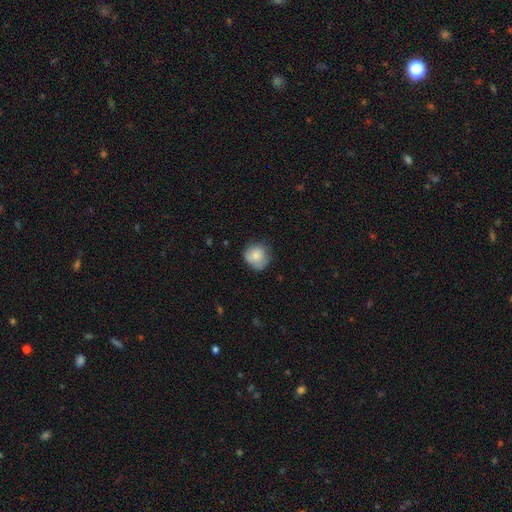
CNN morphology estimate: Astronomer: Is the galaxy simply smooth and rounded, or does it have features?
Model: smooth — 79%.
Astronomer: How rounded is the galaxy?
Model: round — 83%.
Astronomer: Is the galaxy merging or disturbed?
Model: none — 63%.